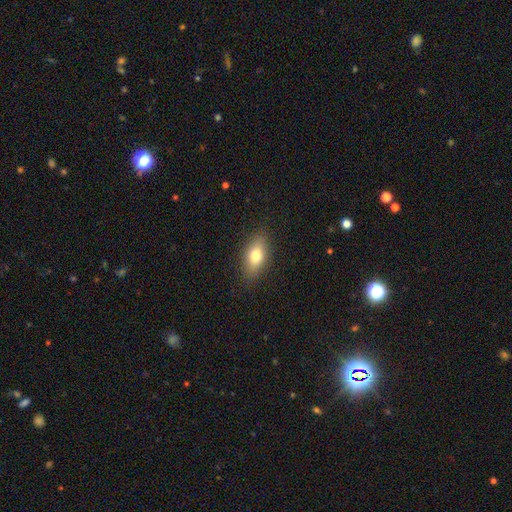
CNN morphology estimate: Overall: smooth (75%). How rounded: in between (82%). Merging: none (87%).